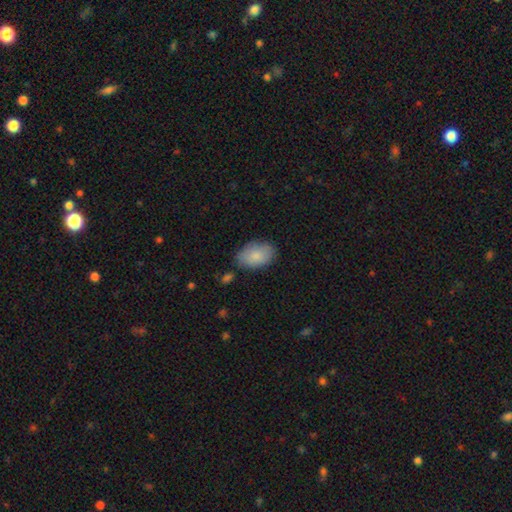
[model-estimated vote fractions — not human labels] Smooth or featured?
  - smooth: 84% *
  - featured or disk: 10%
  - star or artifact: 6%
How rounded?
  - in between: 90% *
  - round: 9%
  - cigar-shaped: 1%
Merging?
  - none: 75% *
  - minor disturbance: 19%
  - major disturbance: 4%
  - merger: 3%